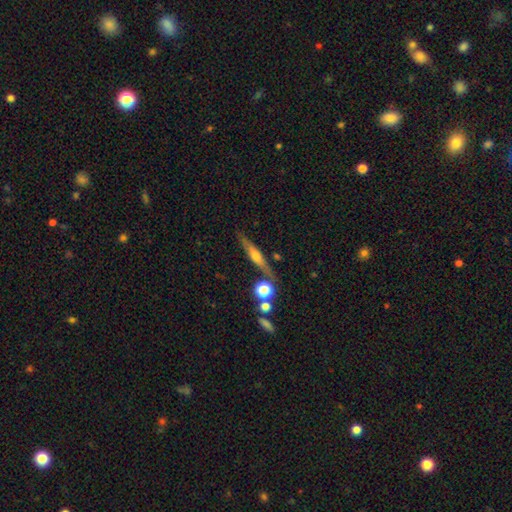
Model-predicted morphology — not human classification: This appears to be a featured or disk galaxy (62%) viewed edge-on (93%) with a rounded central bulge (87%). Merging: none (78%).